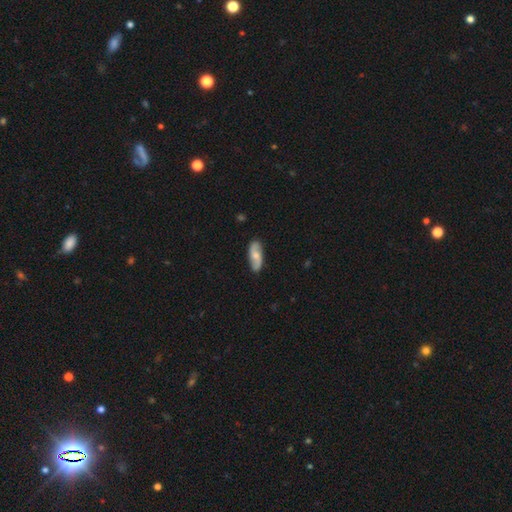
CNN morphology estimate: Smooth or featured: featured or disk — 51% (smooth — 43%)
Edge-on disk: no — 88% (yes — 12%)
Merging: none — 85% (minor disturbance — 12%)